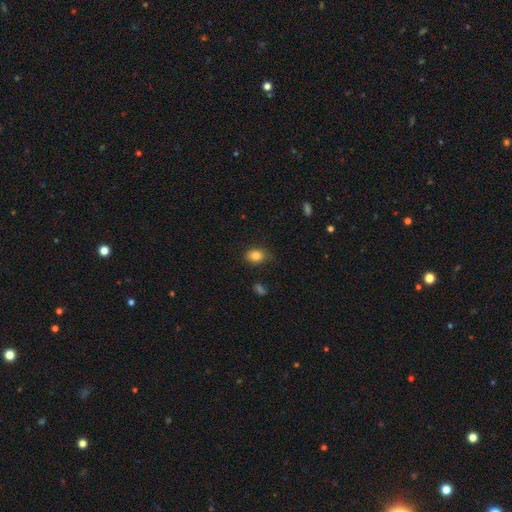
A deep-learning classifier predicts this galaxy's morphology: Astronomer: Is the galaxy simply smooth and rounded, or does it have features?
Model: smooth — 83%.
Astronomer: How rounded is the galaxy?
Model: in between — 64%.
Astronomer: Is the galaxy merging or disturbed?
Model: none — 77%.